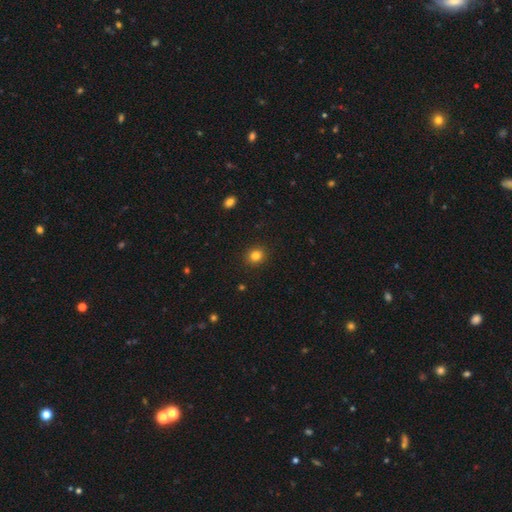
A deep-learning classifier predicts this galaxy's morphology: Overall: smooth (83%). How rounded: round (79%). Merging: none (91%).